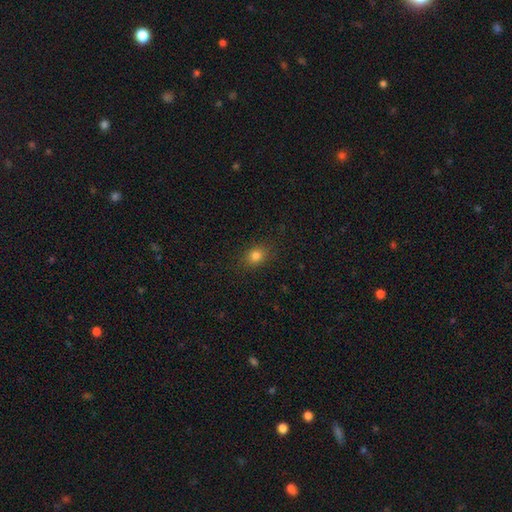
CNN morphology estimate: smooth 80%, star or artifact 13%, featured or disk 7%. Down the decision tree: how rounded — in between (50%); merging — none (87%).